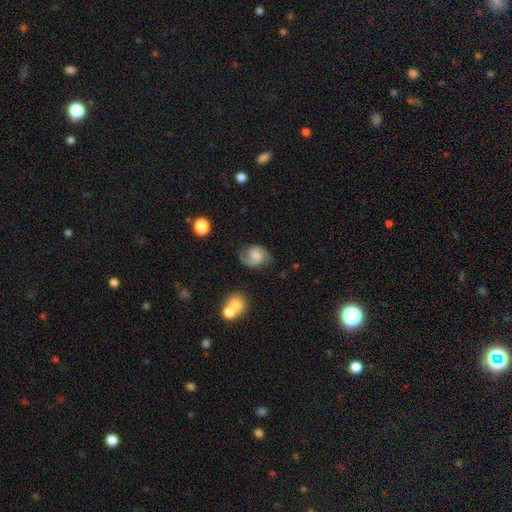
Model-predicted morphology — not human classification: Smooth or featured: featured or disk — 75% (smooth — 18%)
Edge-on disk: no — 98% (yes — 2%)
Bar: no — 54% (weak — 39%)
Spiral arms: yes — 96% (no — 4%)
Spiral winding: medium — 51% (loose — 32%)
Spiral arm count: 2 — 89% (1 — 5%)
Bulge size: moderate — 37% (small — 25%)
Merging: none — 69% (minor disturbance — 20%)